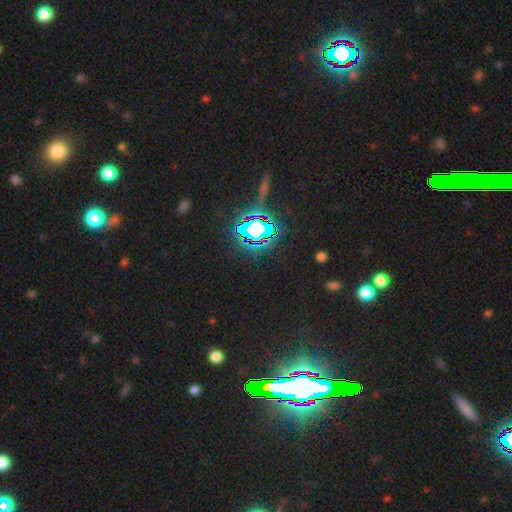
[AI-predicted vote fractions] Morphology: type=star or artifact (84%).